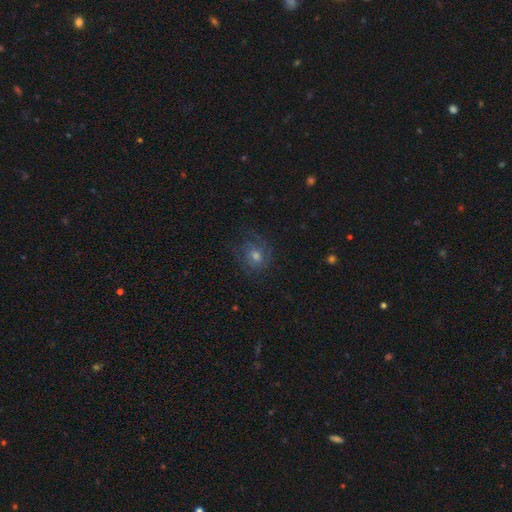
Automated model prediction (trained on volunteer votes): Morphology: type=featured or disk (47%); merging=none (72%).